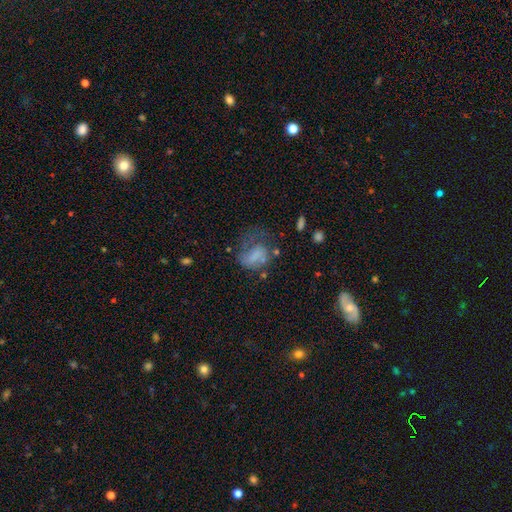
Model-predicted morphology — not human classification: The model was most divided on "smooth or featured": smooth: 52%, featured or disk: 37%, star or artifact: 11%. Remaining: how rounded — in between (66%); merging — major disturbance (50%).